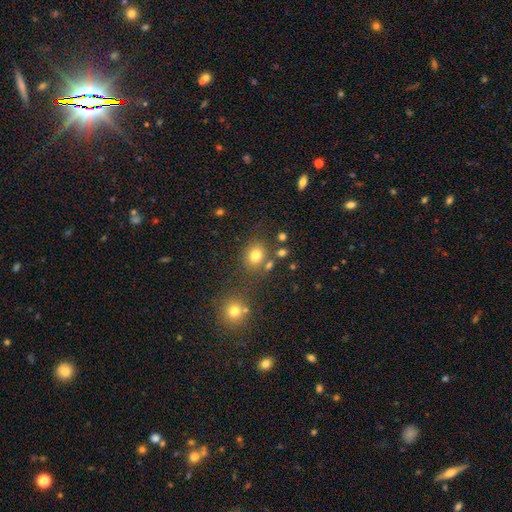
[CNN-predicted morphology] This is likely a smooth galaxy (77%). How rounded: likely round (63%). Merging: likely none (71%).